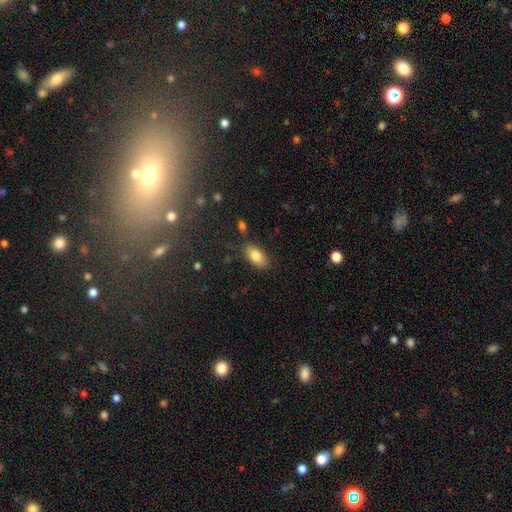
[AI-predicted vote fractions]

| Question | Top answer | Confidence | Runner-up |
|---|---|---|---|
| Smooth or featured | smooth | 84% | featured or disk (8%) |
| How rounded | in between | 92% | round (5%) |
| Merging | none | 81% | minor disturbance (13%) |